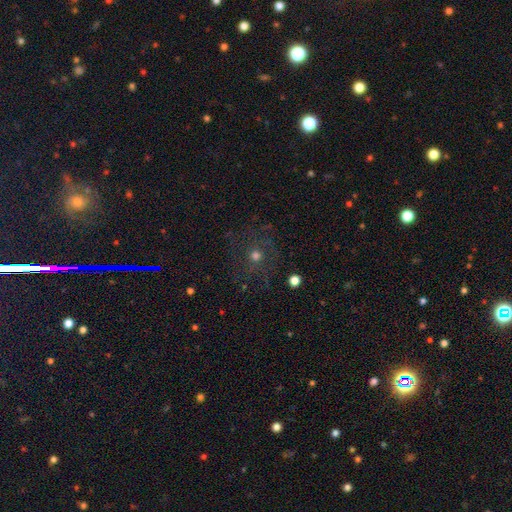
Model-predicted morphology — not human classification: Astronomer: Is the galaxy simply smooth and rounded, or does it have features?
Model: smooth — 42% (runner-up: featured or disk, 31%).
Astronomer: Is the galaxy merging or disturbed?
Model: none — 75%.